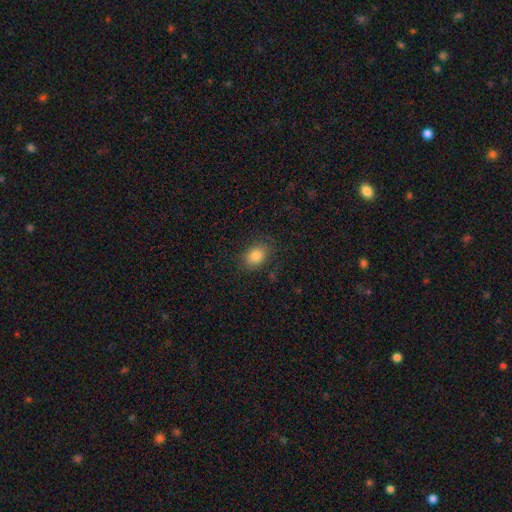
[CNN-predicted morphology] Smooth or featured? smooth (84%)
How rounded? in between (71%)
Merging? none (79%)